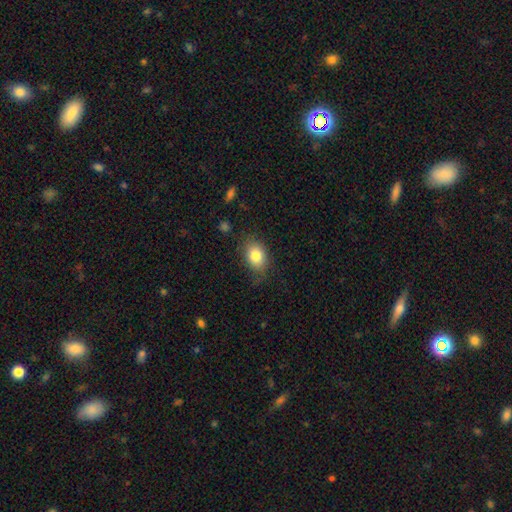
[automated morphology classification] smooth-or-featured: smooth: 82% | featured or disk: 9% | star or artifact: 9%
  how-rounded: in between: 69% | round: 30% | cigar-shaped: 1%
  merging: none: 73% | minor disturbance: 20% | major disturbance: 5% | merger: 1%